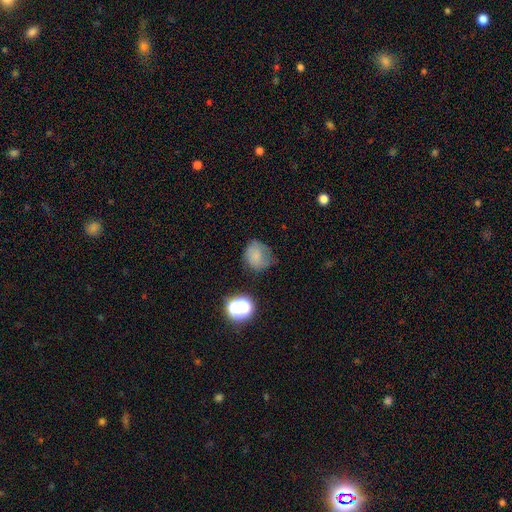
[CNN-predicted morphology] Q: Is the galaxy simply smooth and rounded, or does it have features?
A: smooth — 69%.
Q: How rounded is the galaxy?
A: round — 71%.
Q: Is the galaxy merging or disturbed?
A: none — 50%.